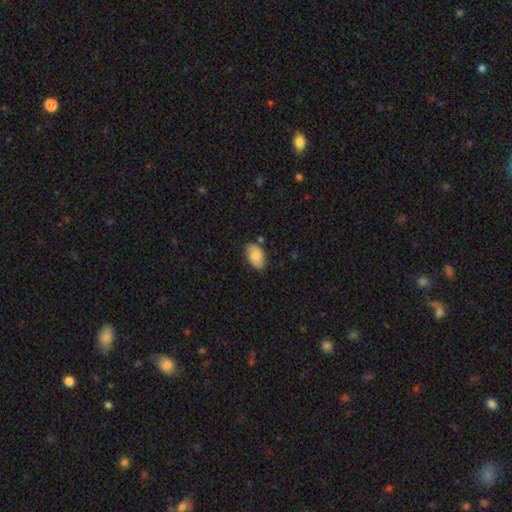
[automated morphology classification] Smooth or featured? Predicted: smooth (p=0.81). How rounded? Predicted: in between (p=0.94). Merging? Predicted: none (p=0.74).